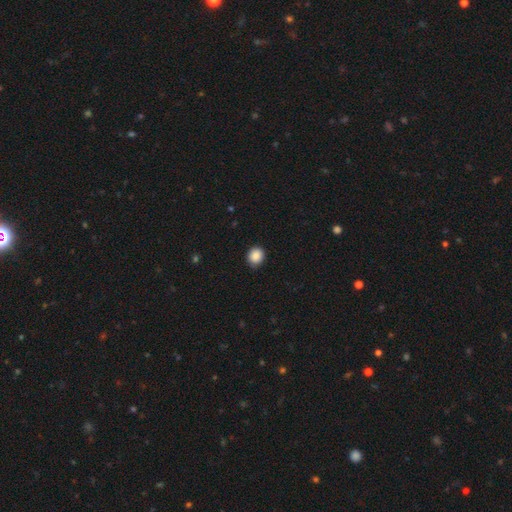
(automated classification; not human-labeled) smooth 88%, star or artifact 9%, featured or disk 3%. Down the decision tree: how rounded — round (78%); merging — none (86%).